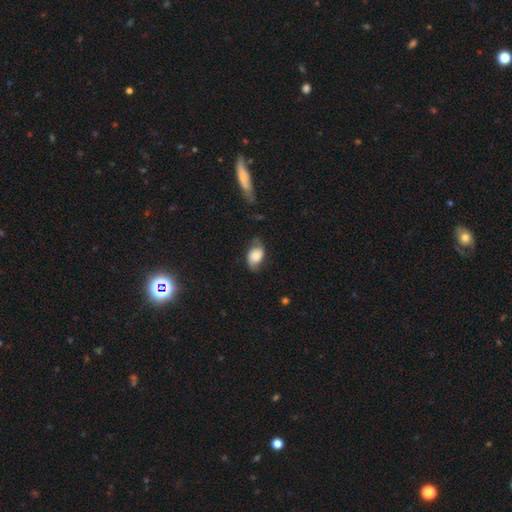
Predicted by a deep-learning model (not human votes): smooth-or-featured: smooth: 63% | featured or disk: 29% | star or artifact: 8%
  how-rounded: in between: 87% | round: 11% | cigar-shaped: 2%
  merging: none: 58% | minor disturbance: 29% | major disturbance: 10% | merger: 2%